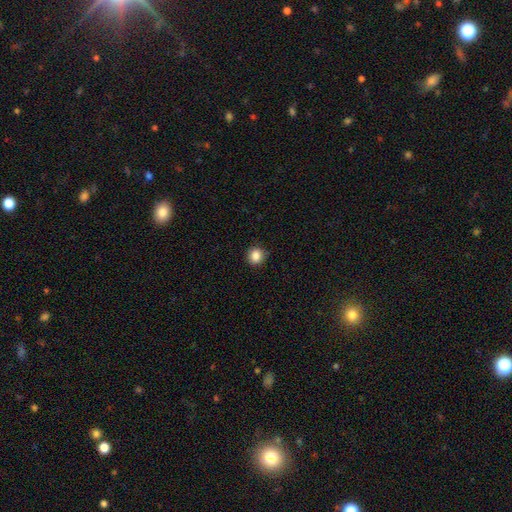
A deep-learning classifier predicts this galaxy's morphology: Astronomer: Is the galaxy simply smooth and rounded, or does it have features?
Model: smooth — 86%.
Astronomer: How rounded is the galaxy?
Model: round — 91%.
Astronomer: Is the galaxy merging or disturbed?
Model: none — 90%.